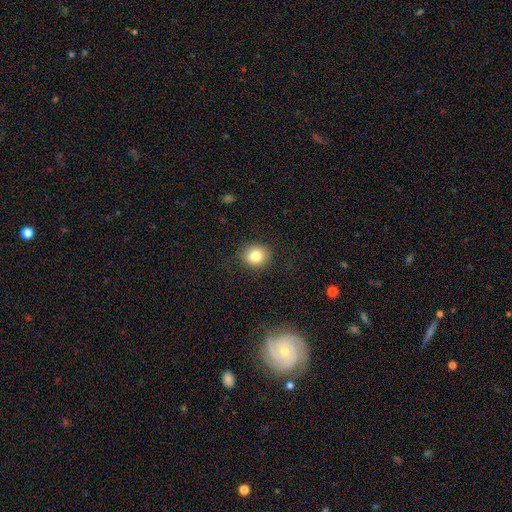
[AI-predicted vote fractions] The model was most divided on "how rounded": round: 71%, in between: 28%, cigar-shaped: 1%. More confident: merging — none (86%); smooth or featured — smooth (81%).